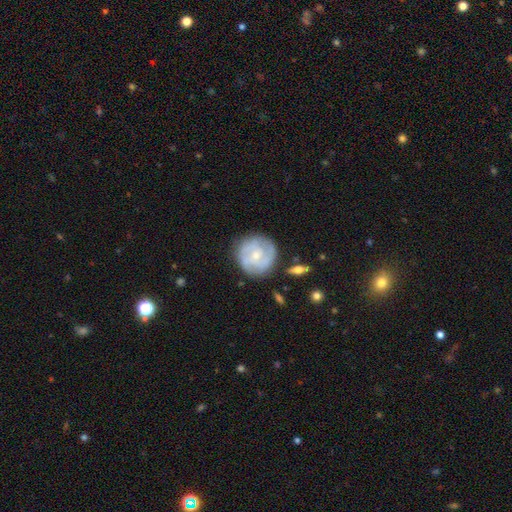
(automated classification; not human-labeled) Smooth or featured? Predicted: featured or disk (p=0.74). Edge-on disk? Predicted: no (p=0.98). Bar? Predicted: no (p=0.65). Spiral arms? Predicted: yes (p=0.92). Spiral winding? Predicted: tight (p=0.54). Spiral arm count? Predicted: 3 (p=0.34). Bulge size? Predicted: small (p=0.65). Merging? Predicted: none (p=0.80).